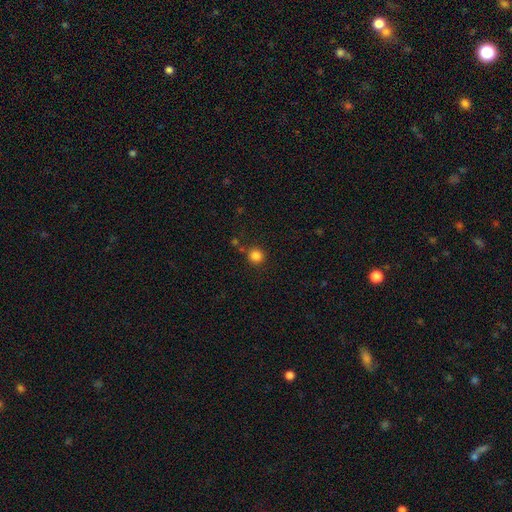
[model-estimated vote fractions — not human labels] Smooth or featured? smooth (84%)
How rounded? round (94%)
Merging? none (80%)